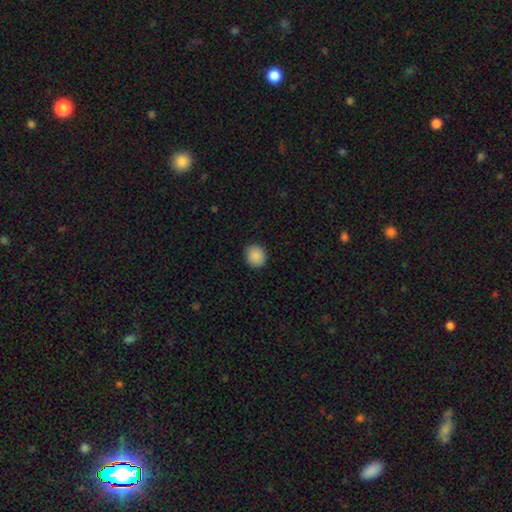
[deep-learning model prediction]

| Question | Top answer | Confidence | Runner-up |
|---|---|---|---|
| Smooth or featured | smooth | 89% | star or artifact (8%) |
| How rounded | round | 76% | in between (24%) |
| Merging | none | 90% | minor disturbance (7%) |